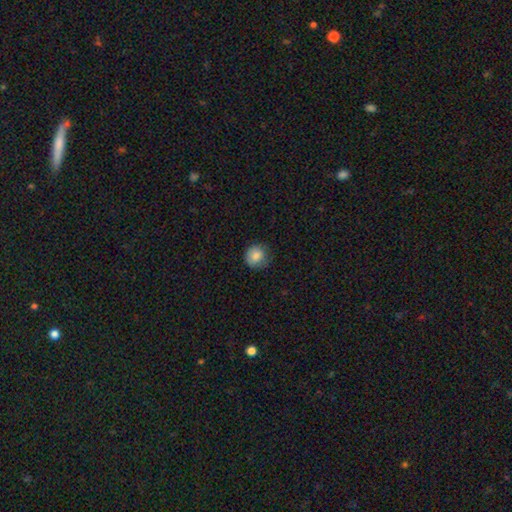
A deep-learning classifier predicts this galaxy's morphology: Smooth or featured? Predicted: smooth (p=0.84). How rounded? Predicted: round (p=0.91). Merging? Predicted: none (p=0.79).